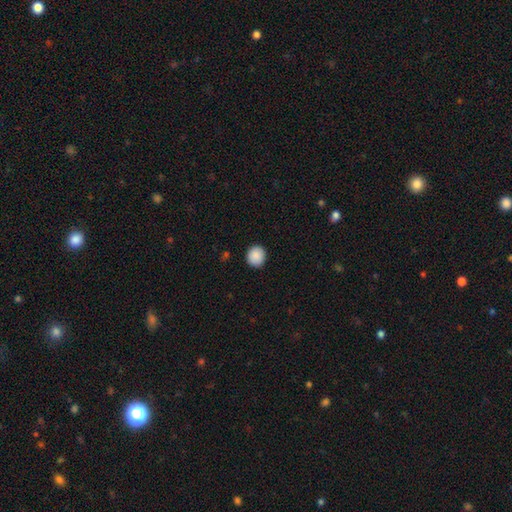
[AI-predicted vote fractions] Morphology: type=smooth (89%); roundness=round (90%); merging=none (91%).